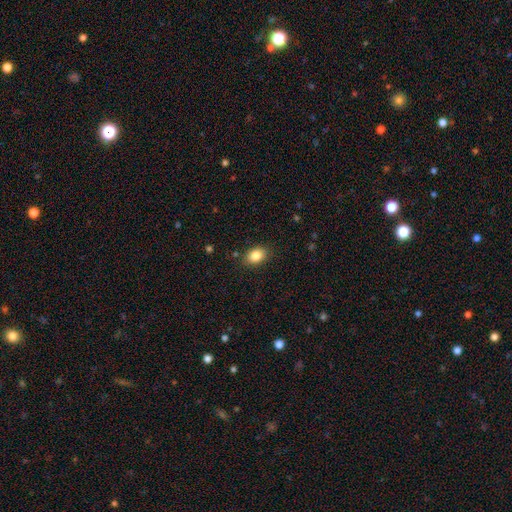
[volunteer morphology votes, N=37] smooth_or_featured: smooth (p=0.89) [alt: featured or disk p=0.05]
how_rounded: in between (p=0.85) [alt: round p=0.12]
merging: none (p=0.86) [alt: minor disturbance p=0.11]